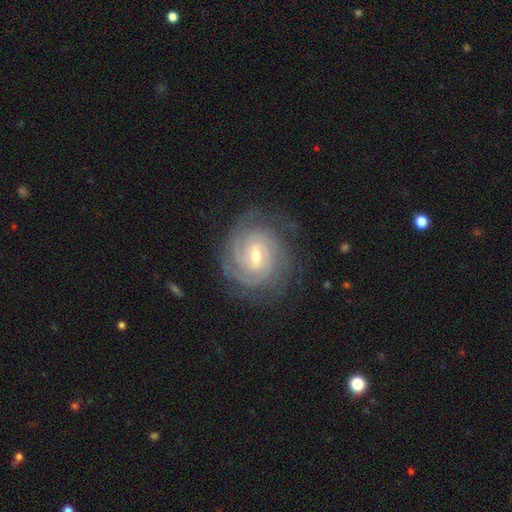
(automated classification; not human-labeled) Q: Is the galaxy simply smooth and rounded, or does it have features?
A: featured or disk — 90%.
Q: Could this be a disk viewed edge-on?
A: no — 97%.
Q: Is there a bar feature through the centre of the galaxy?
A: weak — 58%.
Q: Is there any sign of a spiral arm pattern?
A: yes — 98%.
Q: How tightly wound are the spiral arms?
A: tight — 80%.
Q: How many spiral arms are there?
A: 3 — 25%.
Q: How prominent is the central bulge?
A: small — 50%.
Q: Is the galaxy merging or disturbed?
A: none — 79%.